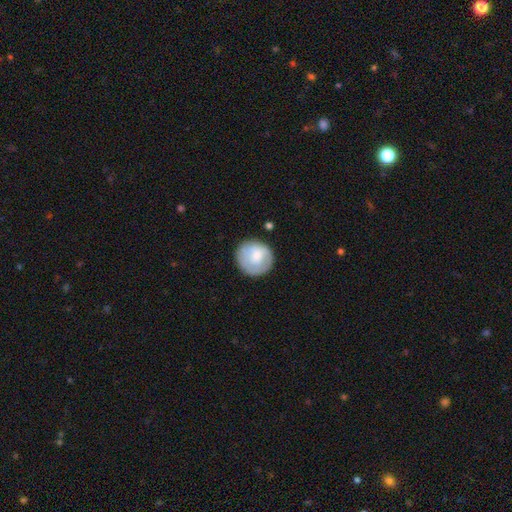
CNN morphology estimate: The model was most divided on "smooth or featured": smooth: 65%, featured or disk: 28%, star or artifact: 6%. More confident: how rounded — round (91%); merging — none (79%).